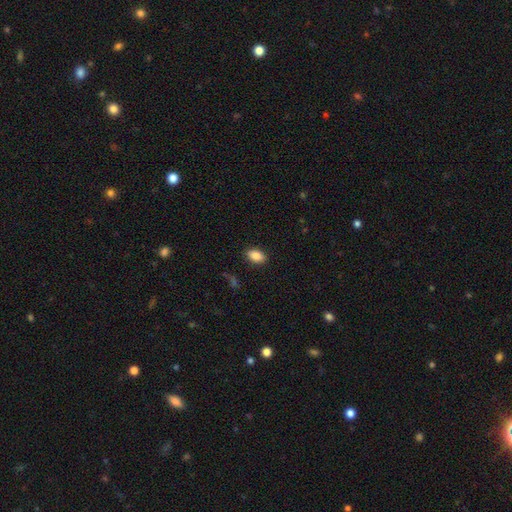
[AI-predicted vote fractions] Smooth or featured? Predicted: smooth (p=0.88). How rounded? Predicted: in between (p=0.91). Merging? Predicted: none (p=0.88).